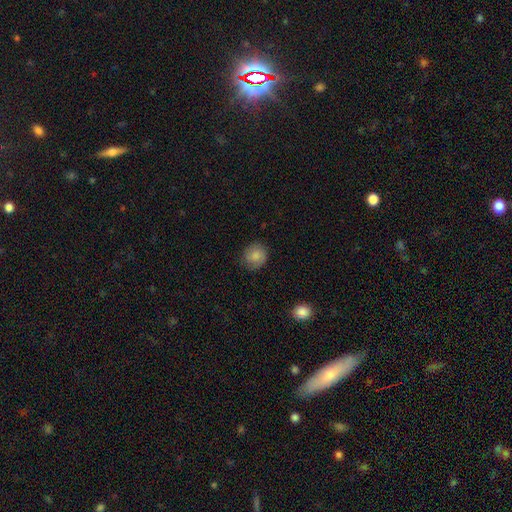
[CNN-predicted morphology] Smooth or featured? smooth (76%)
How rounded? round (86%)
Merging? none (81%)